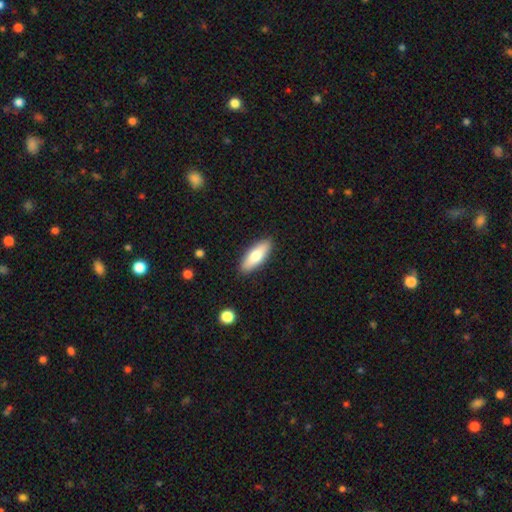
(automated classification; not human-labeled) Q: Smooth or featured?
A: smooth (73%); runner-up: featured or disk (22%)
Q: How rounded?
A: in between (65%); runner-up: cigar-shaped (33%)
Q: Merging?
A: none (89%); runner-up: minor disturbance (8%)